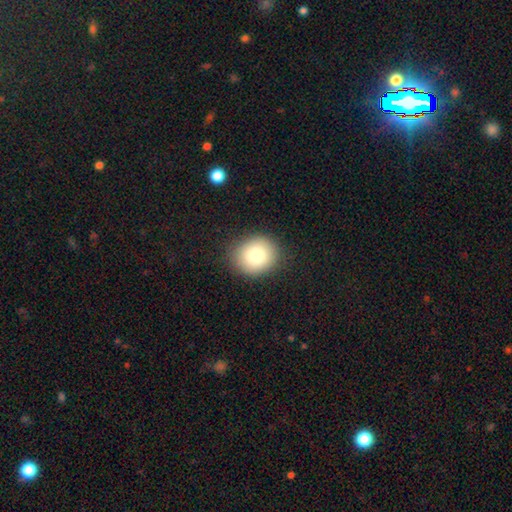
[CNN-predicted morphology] smooth-or-featured: smooth: 82% | star or artifact: 9% | featured or disk: 9%
  how-rounded: round: 71% | in between: 28% | cigar-shaped: 1%
  merging: none: 88% | minor disturbance: 9% | major disturbance: 3% | merger: 1%